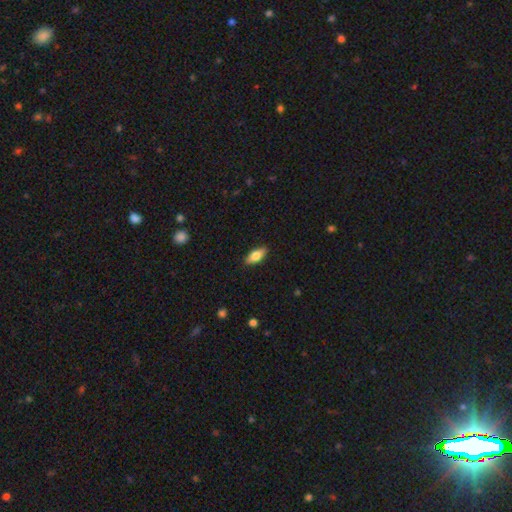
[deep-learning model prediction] This appears to be a smooth galaxy with no disk features (71%) that is in between round and cigar-shaped (78%). Merging: none (88%).